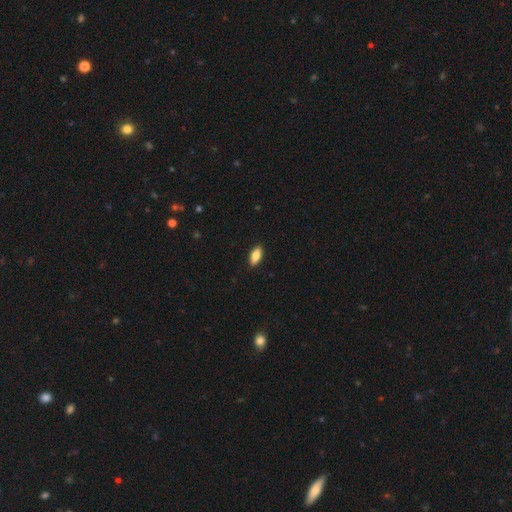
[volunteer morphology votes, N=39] smooth_or_featured: smooth (p=0.77) [alt: featured or disk p=0.18]
how_rounded: in between (p=0.87) [alt: cigar-shaped p=0.13]
merging: none (p=0.95) [alt: minor disturbance p=0.05]